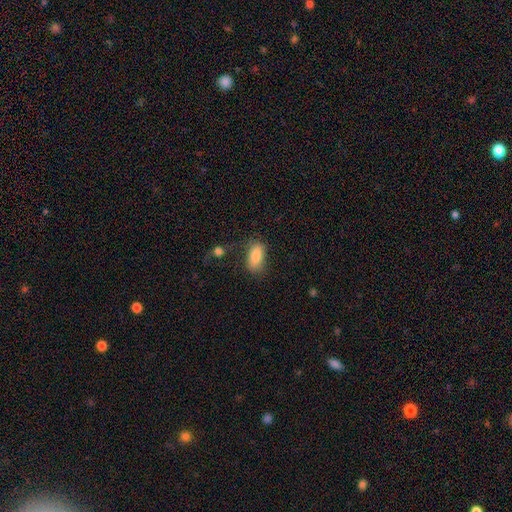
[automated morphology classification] Smooth or featured? smooth (86%)
How rounded? in between (92%)
Merging? none (60%)